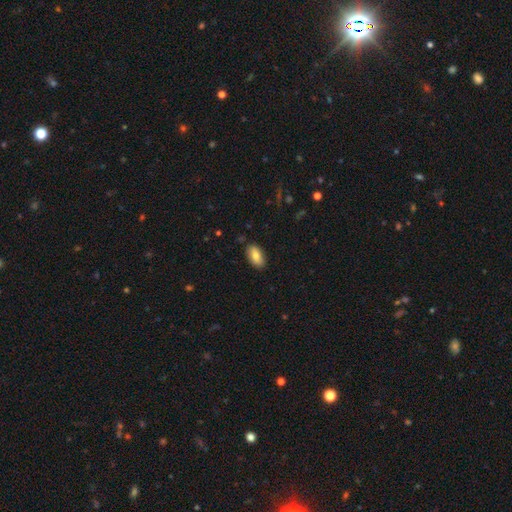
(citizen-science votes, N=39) Smooth or featured? smooth (85%)
How rounded? in between (97%)
Merging? none (92%)